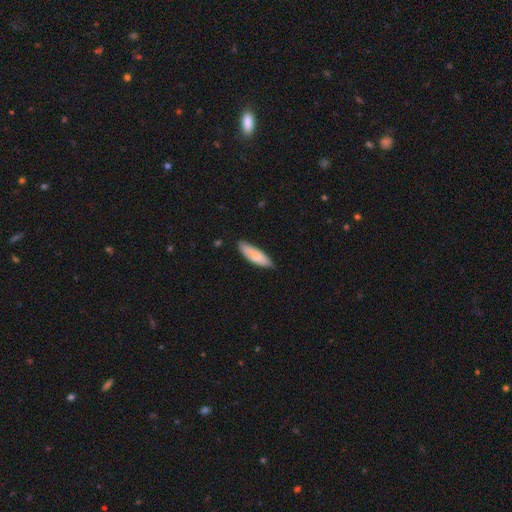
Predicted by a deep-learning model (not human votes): smooth 74%, featured or disk 20%, star or artifact 5%. Down the decision tree: how rounded — cigar-shaped (50%); merging — none (75%).